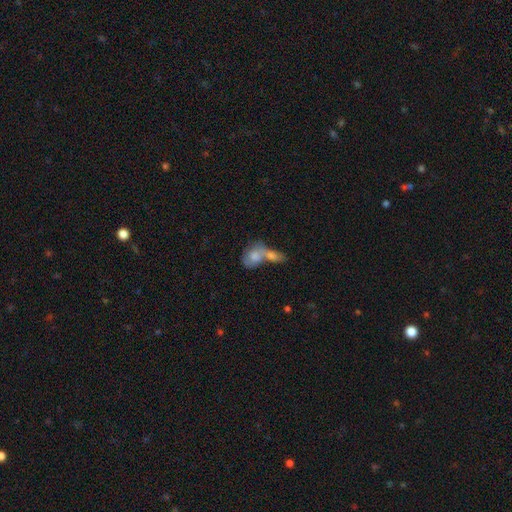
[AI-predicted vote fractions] Morphology: type=smooth (71%); roundness=in between (74%); merging=merger (70%).